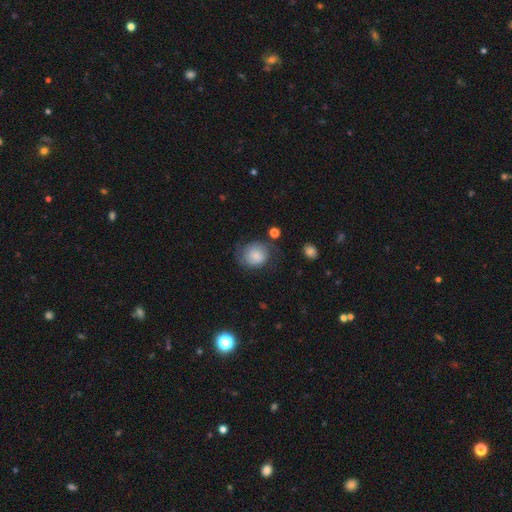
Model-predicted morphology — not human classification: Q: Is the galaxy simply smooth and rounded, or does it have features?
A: smooth — 65%.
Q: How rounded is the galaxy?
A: round — 77%.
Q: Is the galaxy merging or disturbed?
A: none — 58%.